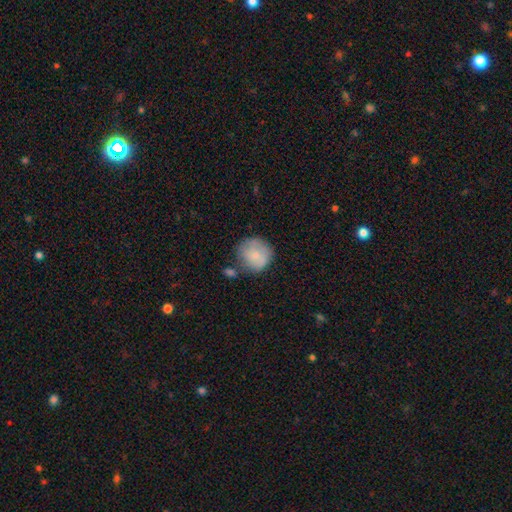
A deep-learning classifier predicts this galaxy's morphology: smooth_or_featured: smooth (p=0.75) [alt: featured or disk p=0.18]
how_rounded: round (p=0.90) [alt: in between p=0.09]
merging: none (p=0.58) [alt: minor disturbance p=0.23]